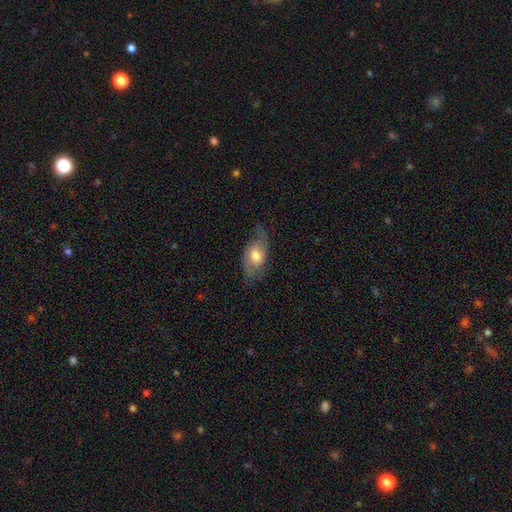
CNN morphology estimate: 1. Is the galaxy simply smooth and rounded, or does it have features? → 48% featured or disk, 45% smooth, 7% star or artifact.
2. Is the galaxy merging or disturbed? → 60% none, 26% minor disturbance, 13% major disturbance, 1% merger.